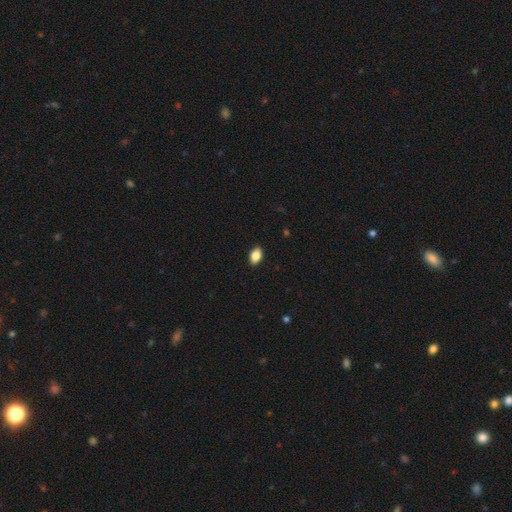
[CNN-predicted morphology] smooth-or-featured: smooth: 85% | star or artifact: 8% | featured or disk: 7%
  how-rounded: in between: 90% | round: 8% | cigar-shaped: 2%
  merging: none: 90% | minor disturbance: 8% | major disturbance: 2% | merger: 1%